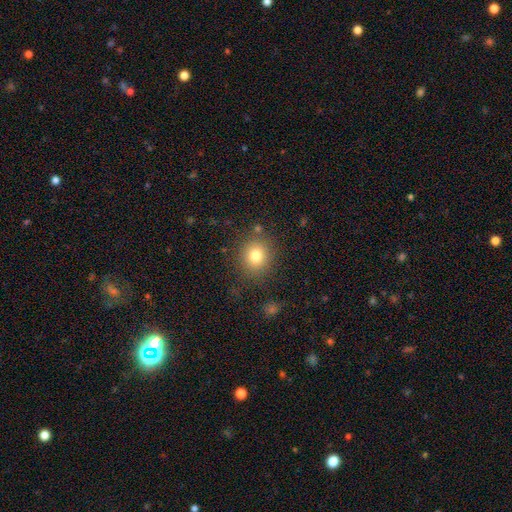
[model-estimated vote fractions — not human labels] Smooth or featured?
  - smooth: 79% *
  - star or artifact: 12%
  - featured or disk: 9%
How rounded?
  - round: 81% *
  - in between: 18%
  - cigar-shaped: 1%
Merging?
  - none: 83% *
  - minor disturbance: 10%
  - major disturbance: 4%
  - merger: 3%